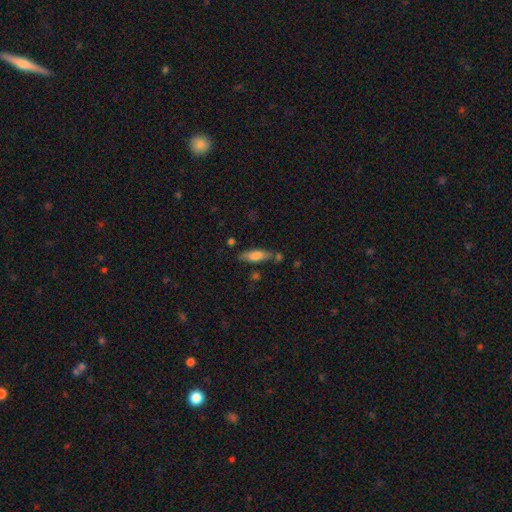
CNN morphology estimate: smooth_or_featured: smooth (p=0.73) [alt: featured or disk p=0.21]
how_rounded: cigar-shaped (p=0.52) [alt: in between p=0.46]
merging: none (p=0.71) [alt: minor disturbance p=0.17]